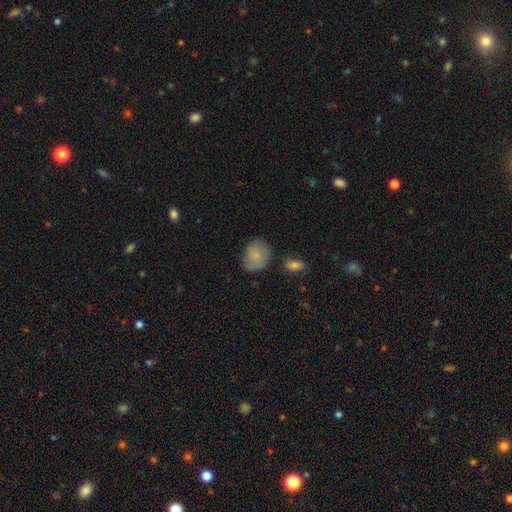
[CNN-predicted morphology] Smooth or featured: smooth — 82% (featured or disk — 11%)
How rounded: round — 54% (in between — 45%)
Merging: none — 69% (minor disturbance — 22%)